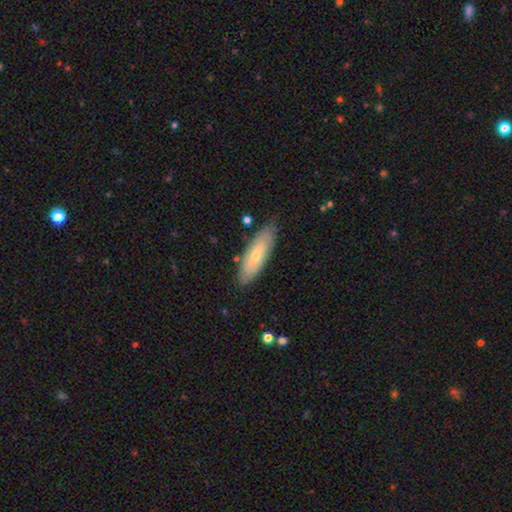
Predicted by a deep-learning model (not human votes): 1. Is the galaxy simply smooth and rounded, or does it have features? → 61% smooth, 34% featured or disk, 6% star or artifact.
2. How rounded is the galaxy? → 50% in between, 48% cigar-shaped, 2% round.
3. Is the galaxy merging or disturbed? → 82% none, 13% minor disturbance, 2% major disturbance, 2% merger.